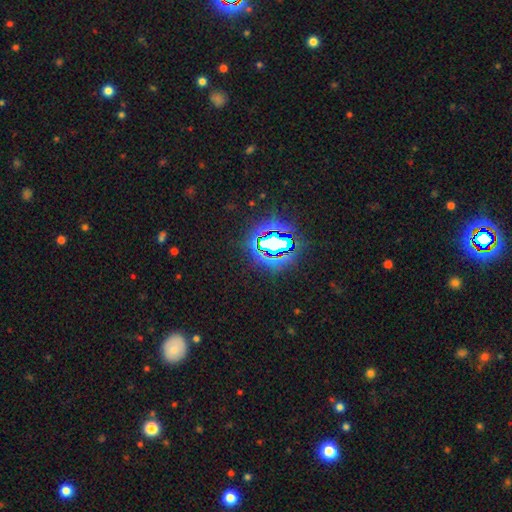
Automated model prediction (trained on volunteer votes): Smooth or featured?
  - star or artifact: 84% *
  - smooth: 10%
  - featured or disk: 6%